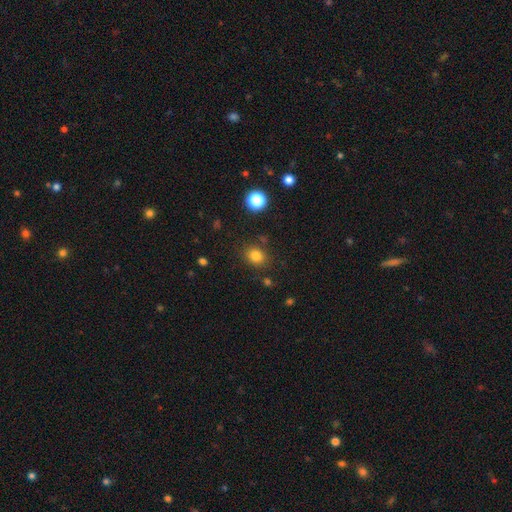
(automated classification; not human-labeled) Smooth or featured? smooth (81%)
How rounded? round (67%)
Merging? none (82%)